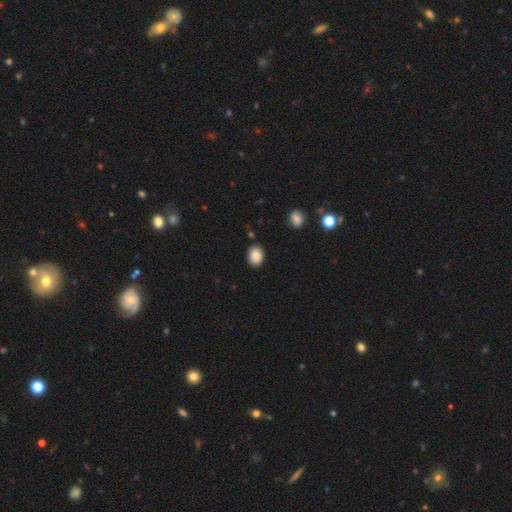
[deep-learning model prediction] A smooth galaxy with no disk features (88%) that is in between round and cigar-shaped (68%).

Vote fractions:
- Smooth or featured? smooth: 88% / star or artifact: 8% / featured or disk: 3%
- How rounded? in between: 68% / round: 31% / cigar-shaped: 1%
- Merging? none: 87% / minor disturbance: 9% / major disturbance: 2% / merger: 2%